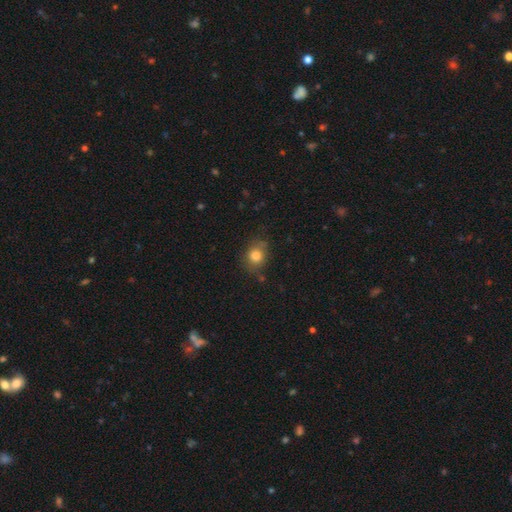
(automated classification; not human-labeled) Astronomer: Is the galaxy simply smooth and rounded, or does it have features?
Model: smooth — 81%.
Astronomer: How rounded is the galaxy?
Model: round — 62% (runner-up: in between, 37%).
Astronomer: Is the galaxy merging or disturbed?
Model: none — 68%.